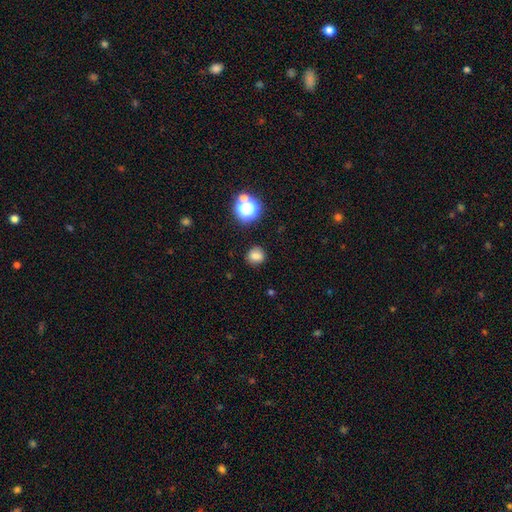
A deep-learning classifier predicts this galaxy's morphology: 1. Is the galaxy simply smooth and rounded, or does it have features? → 79% smooth, 15% star or artifact, 6% featured or disk.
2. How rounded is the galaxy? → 75% round, 24% in between, 1% cigar-shaped.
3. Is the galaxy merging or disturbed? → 84% none, 11% minor disturbance, 3% major disturbance, 2% merger.